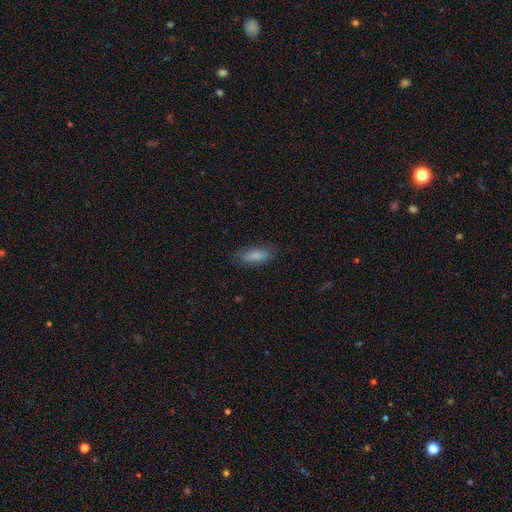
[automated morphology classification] Smooth or featured? smooth (84%)
How rounded? in between (68%)
Merging? none (82%)